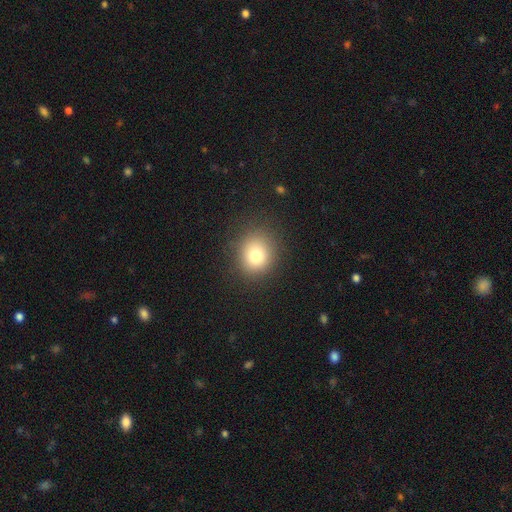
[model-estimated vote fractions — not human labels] A smooth galaxy with no disk features (78%) that is round (77%). Merging: none (86%).